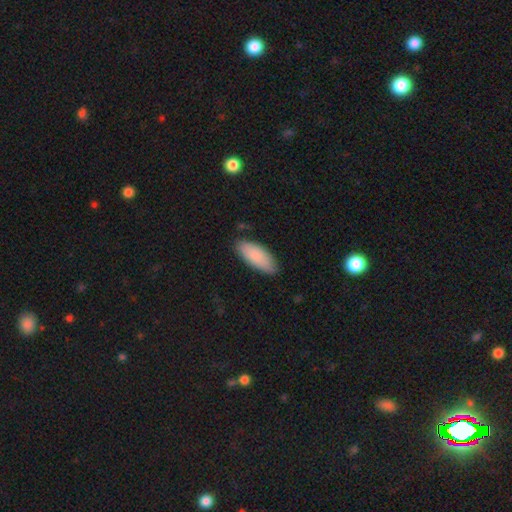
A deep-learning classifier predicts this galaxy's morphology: Smooth or featured? Predicted: smooth (p=0.87). How rounded? Predicted: in between (p=0.82). Merging? Predicted: none (p=0.82).